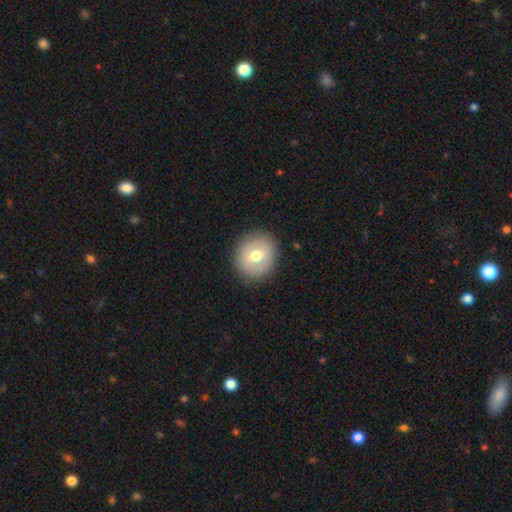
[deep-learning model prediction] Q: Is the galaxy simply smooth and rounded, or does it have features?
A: smooth — 61%.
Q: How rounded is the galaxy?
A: round — 83%.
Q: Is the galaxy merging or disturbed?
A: none — 88%.